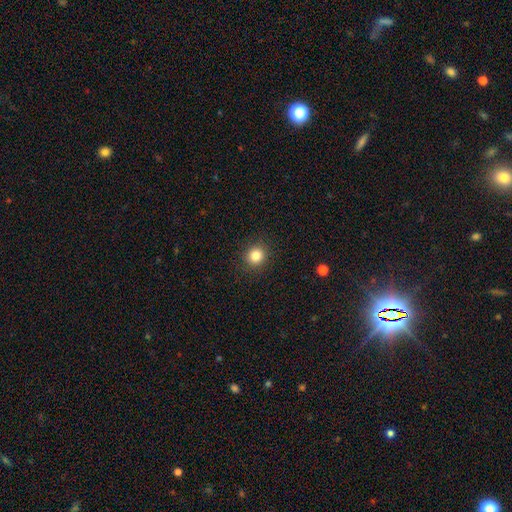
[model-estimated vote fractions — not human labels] smooth 83%, star or artifact 12%, featured or disk 5%. Down the decision tree: how rounded — round (88%); merging — none (91%).